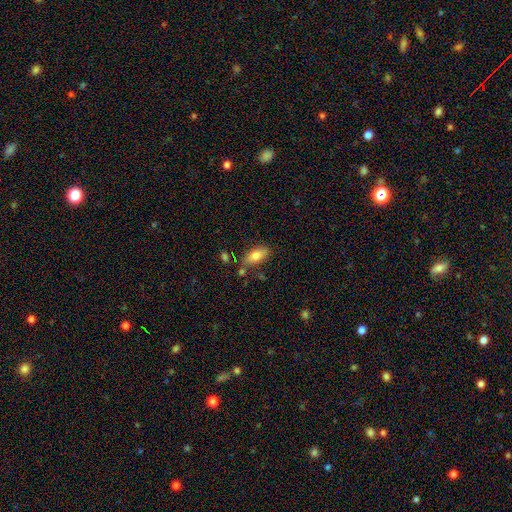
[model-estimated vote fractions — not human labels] Morphology: type=smooth (78%); roundness=in between (85%); merging=none (75%).